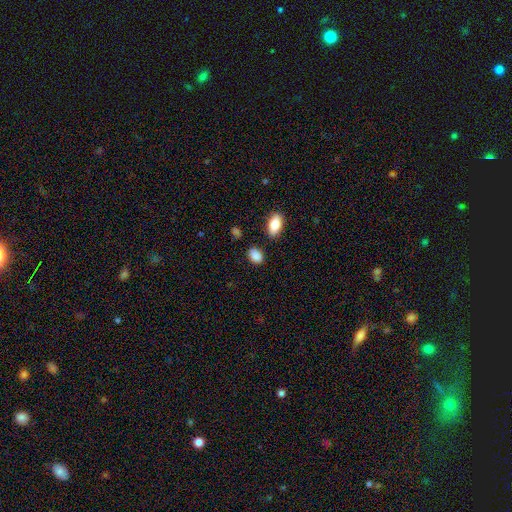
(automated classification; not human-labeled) Morphology: type=smooth (88%); roundness=in between (80%); merging=none (80%).